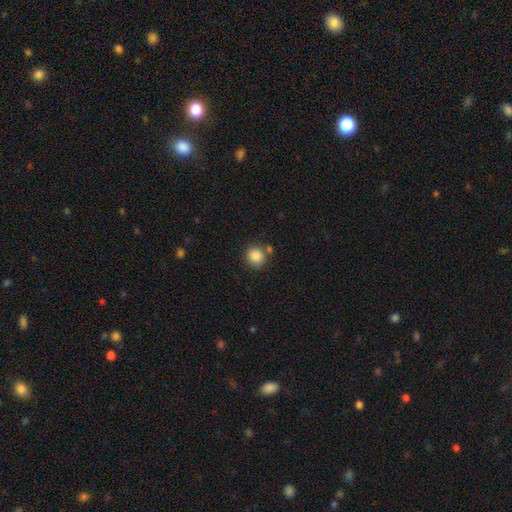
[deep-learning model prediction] Morphology: type=smooth (86%); roundness=round (89%); merging=none (76%).